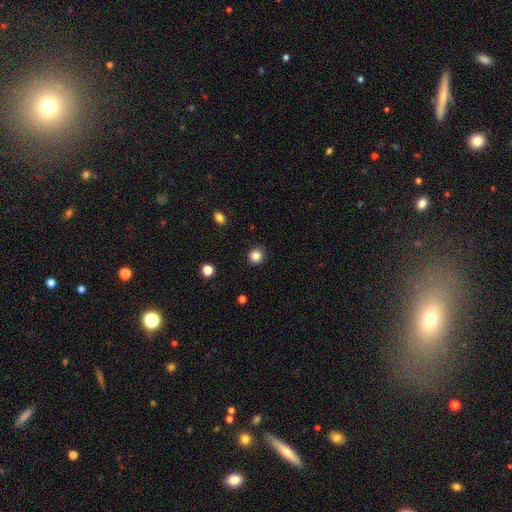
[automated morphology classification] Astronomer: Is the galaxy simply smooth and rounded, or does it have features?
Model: smooth — 84%.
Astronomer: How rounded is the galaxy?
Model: round — 93%.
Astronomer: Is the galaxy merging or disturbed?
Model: none — 91%.